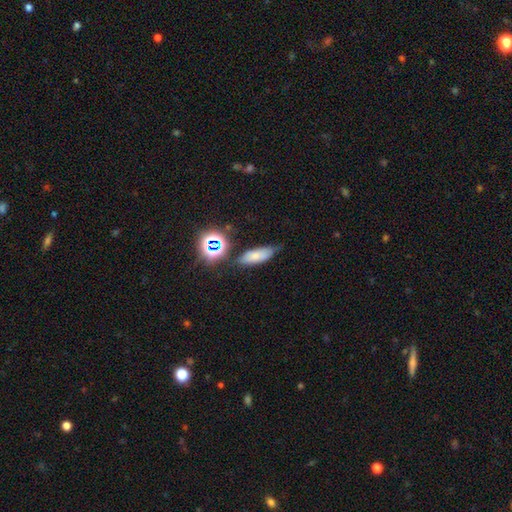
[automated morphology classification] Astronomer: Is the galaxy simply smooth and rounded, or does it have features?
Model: smooth — 68%.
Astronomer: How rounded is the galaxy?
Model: in between — 64%.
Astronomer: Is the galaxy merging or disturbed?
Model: none — 66%.